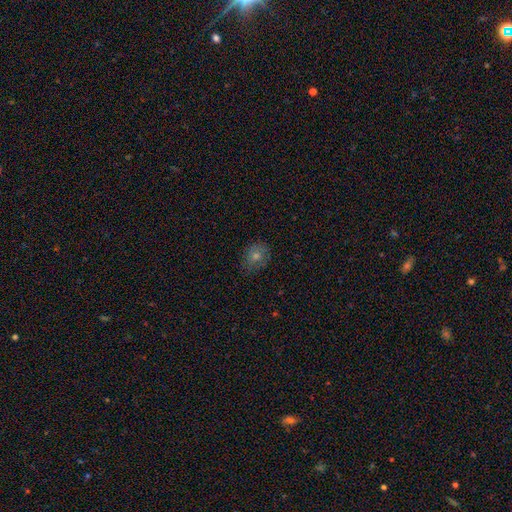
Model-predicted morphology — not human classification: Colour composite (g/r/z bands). It shows a smooth galaxy with no disk features (60%) that is round (61%). Merging: none (77%).